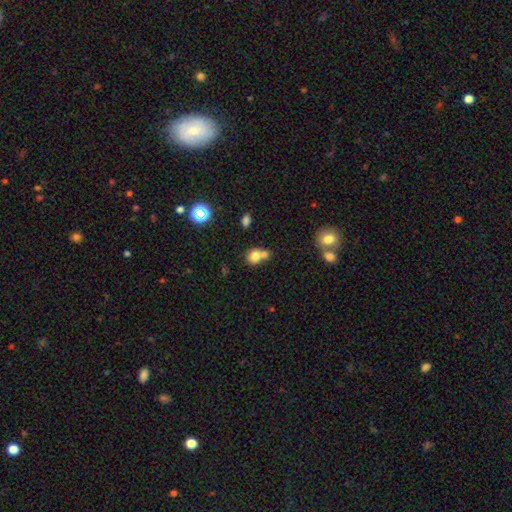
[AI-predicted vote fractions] Smooth or featured? smooth (77%)
How rounded? round (71%)
Merging? merger (51%)